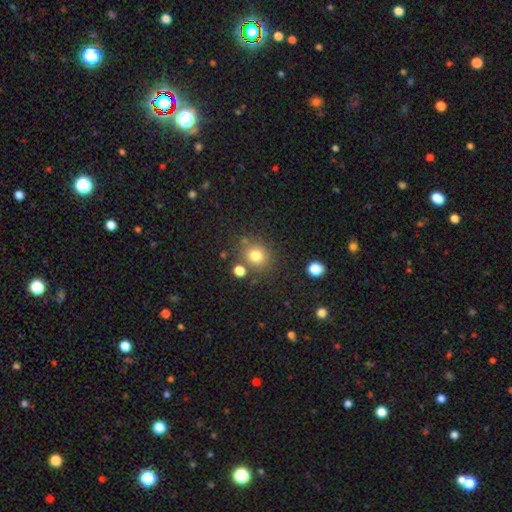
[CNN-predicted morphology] This is likely a smooth galaxy (78%). How rounded: clearly round (83%). Merging: likely none (78%).